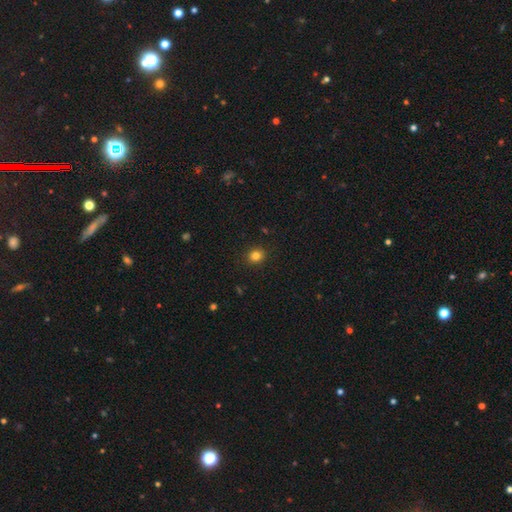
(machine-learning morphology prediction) Overall: smooth (82%). How rounded: round (79%). Merging: none (90%).